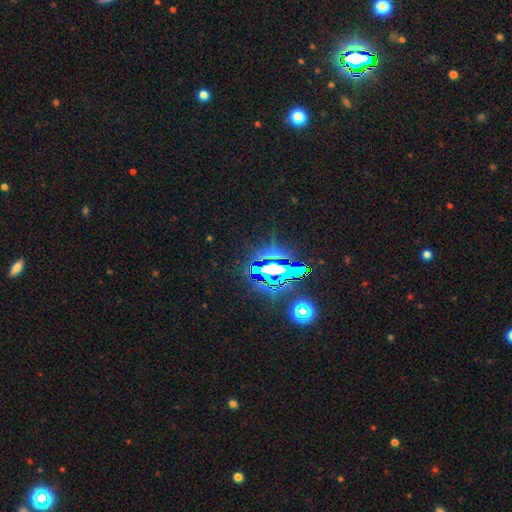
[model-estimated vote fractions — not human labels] Morphology: type=star or artifact (82%).